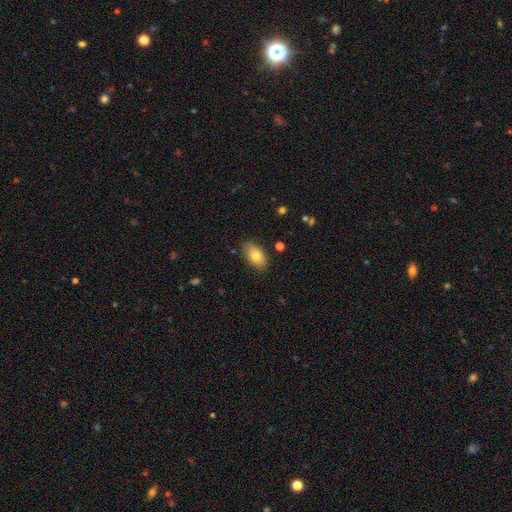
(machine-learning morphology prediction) smooth_or_featured: smooth (p=0.80) [alt: featured or disk p=0.12]
how_rounded: in between (p=0.92) [alt: round p=0.06]
merging: none (p=0.85) [alt: minor disturbance p=0.11]